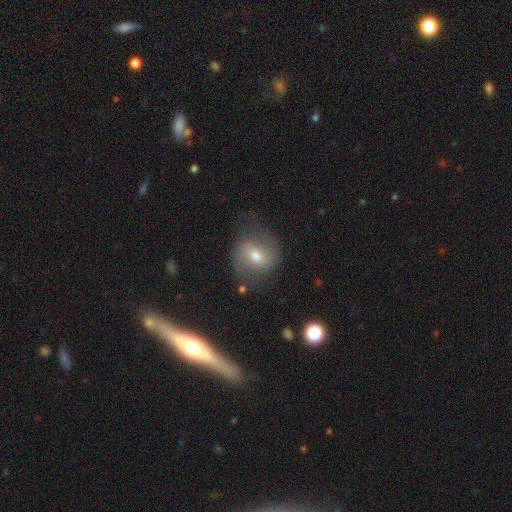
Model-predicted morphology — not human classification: Q: Smooth or featured?
A: featured or disk (50%); runner-up: smooth (39%)
Q: Edge-on disk?
A: no (95%); runner-up: yes (5%)
Q: Merging?
A: none (68%); runner-up: minor disturbance (20%)